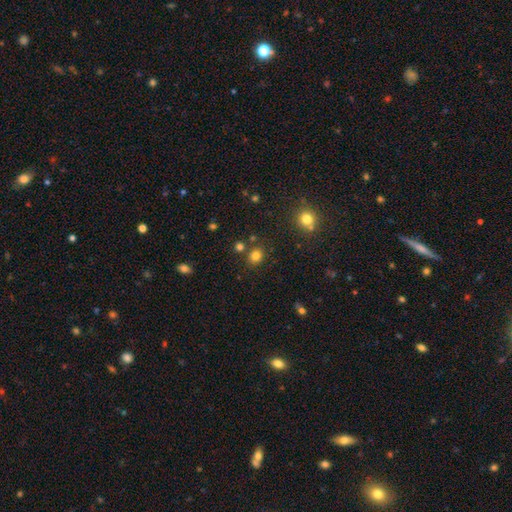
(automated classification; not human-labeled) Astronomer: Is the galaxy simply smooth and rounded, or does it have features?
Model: smooth — 80%.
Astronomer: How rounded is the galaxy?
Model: round — 72%.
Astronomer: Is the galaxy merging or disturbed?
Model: none — 80%.